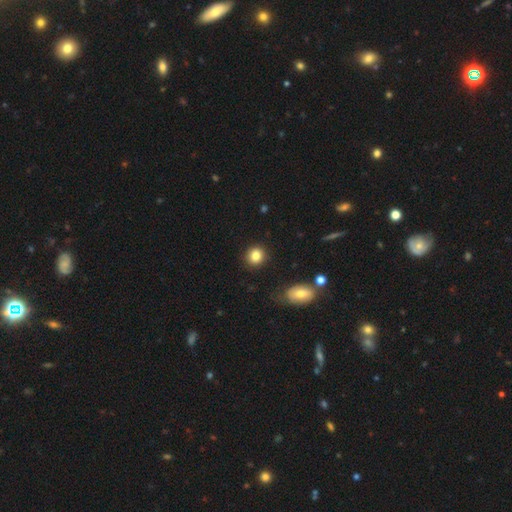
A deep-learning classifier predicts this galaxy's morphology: Smooth or featured?
  - smooth: 85% *
  - star or artifact: 9%
  - featured or disk: 5%
How rounded?
  - round: 83% *
  - in between: 16%
  - cigar-shaped: 1%
Merging?
  - none: 88% *
  - minor disturbance: 8%
  - major disturbance: 2%
  - merger: 2%